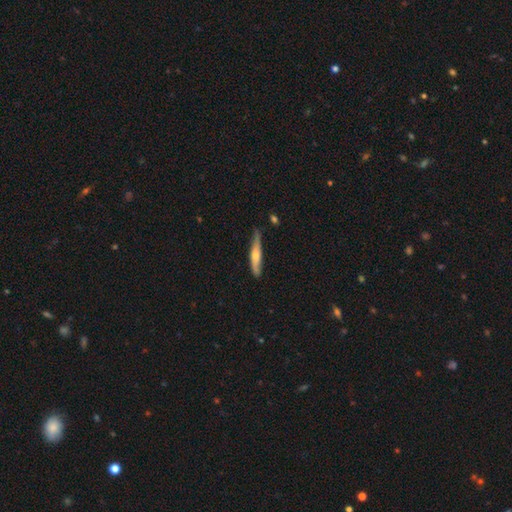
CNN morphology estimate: This is possibly a smooth galaxy (53%). How rounded: clearly cigar-shaped (89%). Merging: likely none (64%).